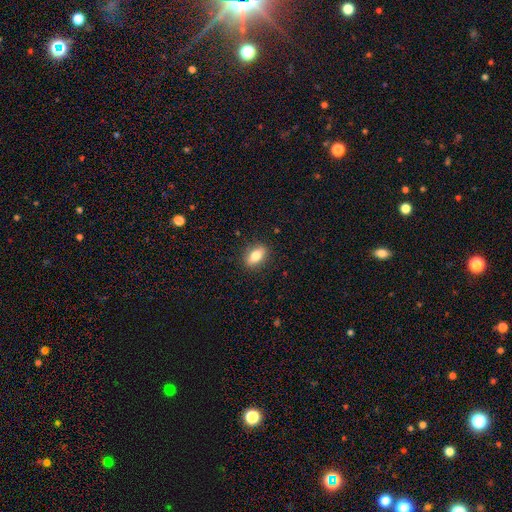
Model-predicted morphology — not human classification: A smooth galaxy with no disk features (79%) that is in between round and cigar-shaped (83%).

Vote fractions:
- Smooth or featured? smooth: 79% / featured or disk: 13% / star or artifact: 8%
- How rounded? in between: 83% / round: 12% / cigar-shaped: 5%
- Merging? none: 88% / minor disturbance: 9% / major disturbance: 2% / merger: 1%